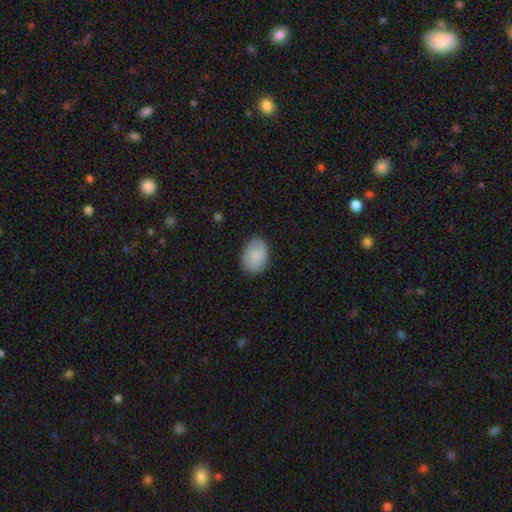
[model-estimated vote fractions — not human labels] A smooth galaxy with no disk features (80%) that is in between round and cigar-shaped (72%). Merging: none (81%).